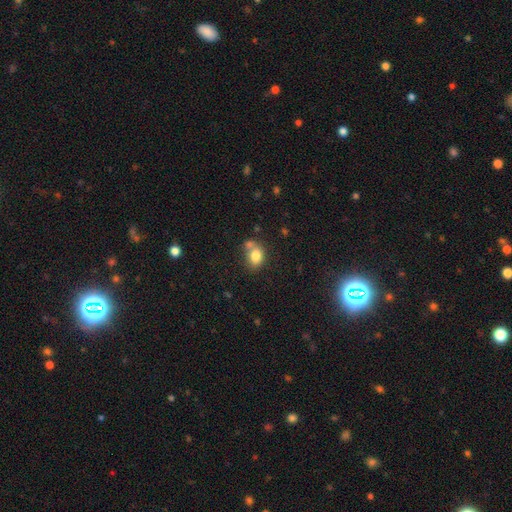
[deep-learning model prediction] Overall: smooth (80%). How rounded: in between (63%; round 36%). Merging: none (49%; merger 30%).